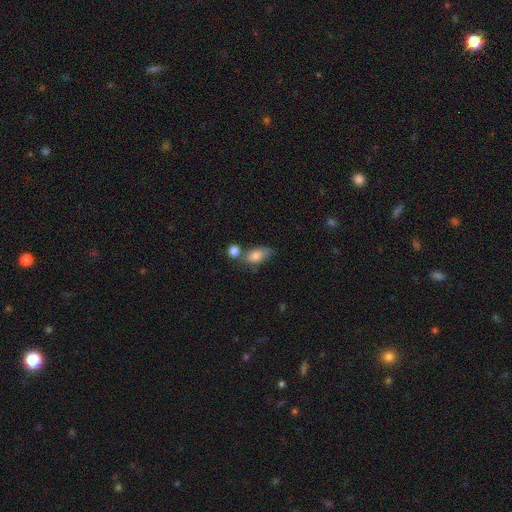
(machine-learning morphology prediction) A smooth galaxy with no disk features (81%) that is in between round and cigar-shaped (86%). Merging: none (44%).